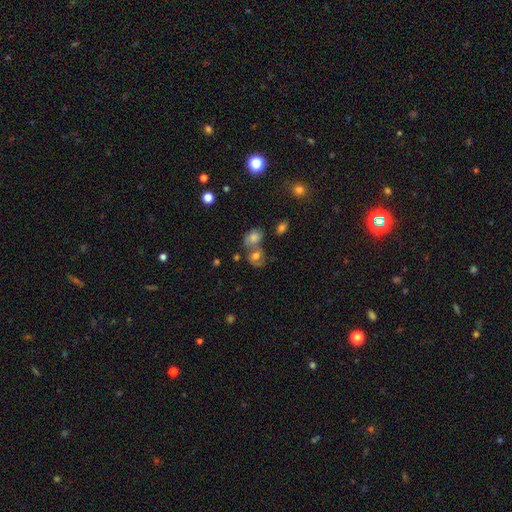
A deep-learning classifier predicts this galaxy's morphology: This is possibly a smooth galaxy (47%). Merging: possibly none (46%).